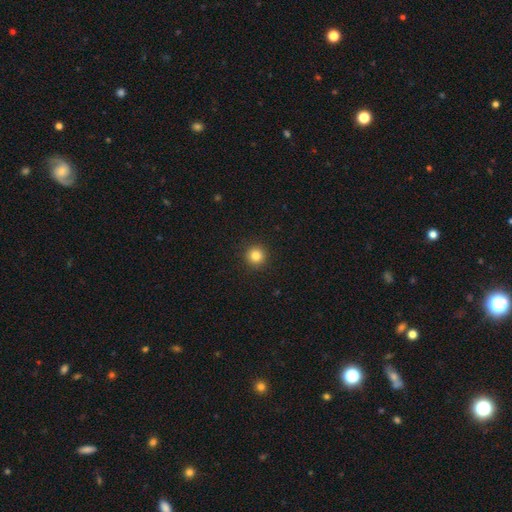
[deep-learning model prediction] This appears to be a smooth galaxy with no disk features (84%) that is round (96%). Merging: none (93%).